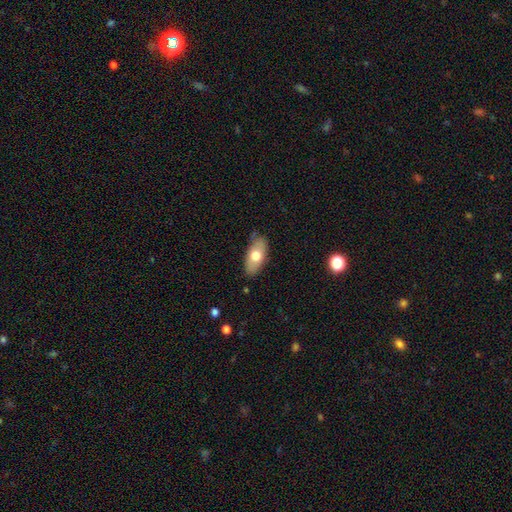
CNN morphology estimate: Smooth or featured: smooth — 68% (featured or disk — 26%)
How rounded: in between — 88% (cigar-shaped — 8%)
Merging: none — 78% (minor disturbance — 17%)